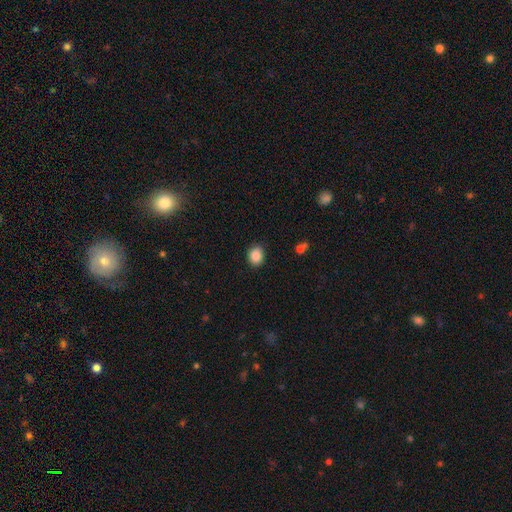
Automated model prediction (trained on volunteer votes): smooth-or-featured: smooth: 87% | star or artifact: 9% | featured or disk: 4%
  how-rounded: round: 52% | in between: 48% | cigar-shaped: 1%
  merging: none: 88% | minor disturbance: 8% | major disturbance: 2% | merger: 1%